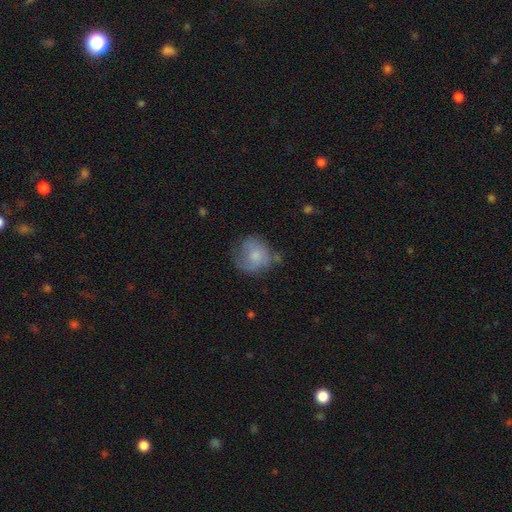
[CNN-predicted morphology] This is likely a smooth galaxy (63%). How rounded: likely round (77%). Merging: possibly none (46%).